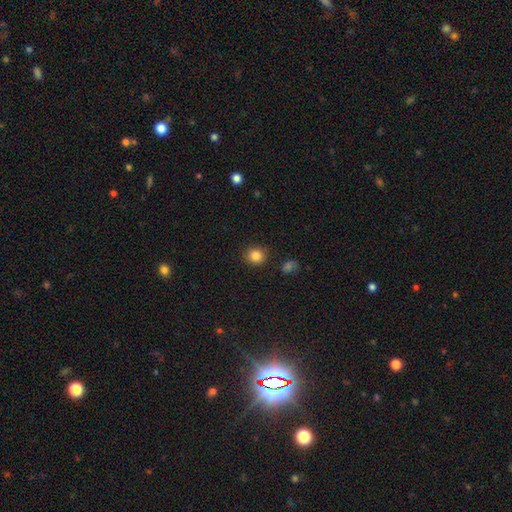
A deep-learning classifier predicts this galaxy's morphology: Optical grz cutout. It shows a smooth galaxy with no disk features (84%) that is round (89%). Merging: none (89%).